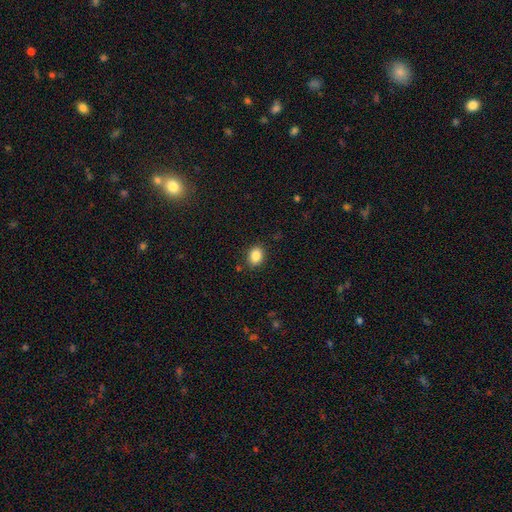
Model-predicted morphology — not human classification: A smooth galaxy with no disk features (87%) that is in between round and cigar-shaped (67%).

Vote fractions:
- Smooth or featured? smooth: 87% / star or artifact: 9% / featured or disk: 4%
- How rounded? in between: 67% / round: 32% / cigar-shaped: 1%
- Merging? none: 87% / minor disturbance: 9% / major disturbance: 2% / merger: 2%